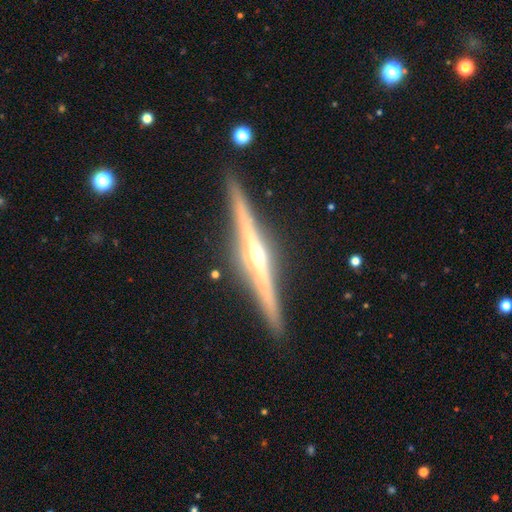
featured or disk 92%, smooth 6%, star or artifact 3%. Down the decision tree: edge-on disk — yes (100%); edge-on bulge — rounded (100%); merging — none (91%).